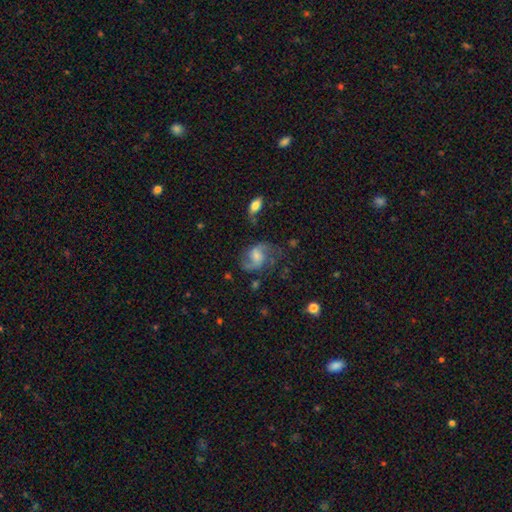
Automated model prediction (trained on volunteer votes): A featured or disk galaxy (78%) with no bar (46%), 2 (85%) loose (46%) spiral arms (94%) and a moderate central bulge (38%).

Vote fractions:
- Smooth or featured? featured or disk: 78% / smooth: 14% / star or artifact: 8%
- Edge-on disk? no: 97% / yes: 3%
- Bar? no: 46% / weak: 45% / strong: 9%
- Spiral arms? yes: 94% / no: 6%
- Spiral winding? loose: 46% / medium: 44% / tight: 10%
- Spiral arm count? 2: 85% / can't tell: 5% / 1: 4% / 3: 3% / 4: 1% / more than 4: 1%
- Bulge size? moderate: 38% / small: 33% / none: 16% / large: 11% / dominant: 2%
- Merging? none: 62% / minor disturbance: 20% / major disturbance: 15% / merger: 3%